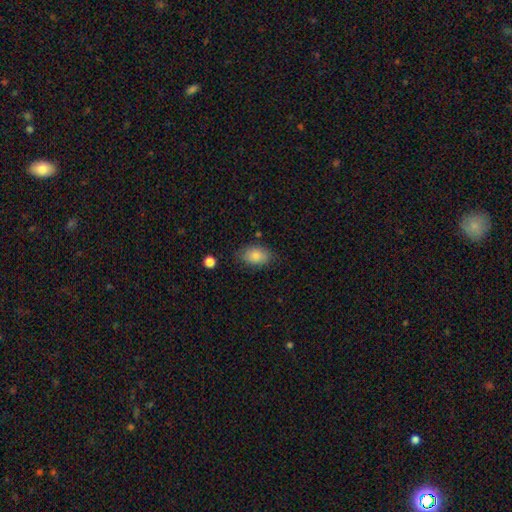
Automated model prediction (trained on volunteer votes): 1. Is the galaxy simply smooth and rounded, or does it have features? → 83% smooth, 9% featured or disk, 7% star or artifact.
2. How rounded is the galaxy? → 86% in between, 13% round, 2% cigar-shaped.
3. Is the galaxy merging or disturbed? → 76% none, 18% minor disturbance, 4% major disturbance, 2% merger.